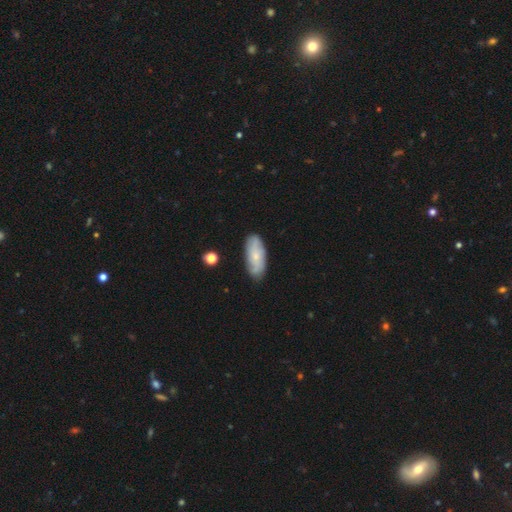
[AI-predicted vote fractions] A smooth galaxy with no disk features (50%) that is in between round and cigar-shaped (81%). Merging: none (81%).